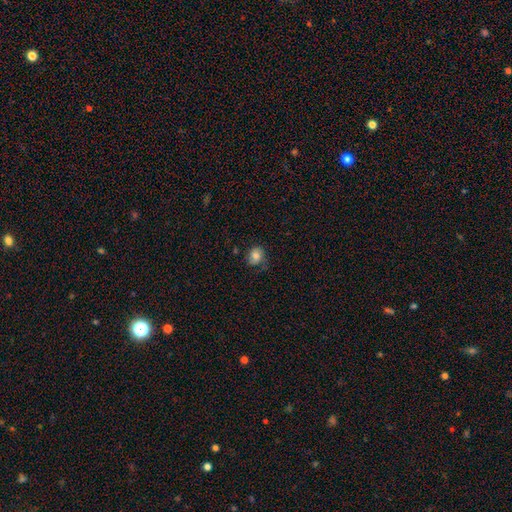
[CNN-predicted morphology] Smooth or featured? Predicted: smooth (p=0.70). How rounded? Predicted: round (p=0.58). Merging? Predicted: none (p=0.60).